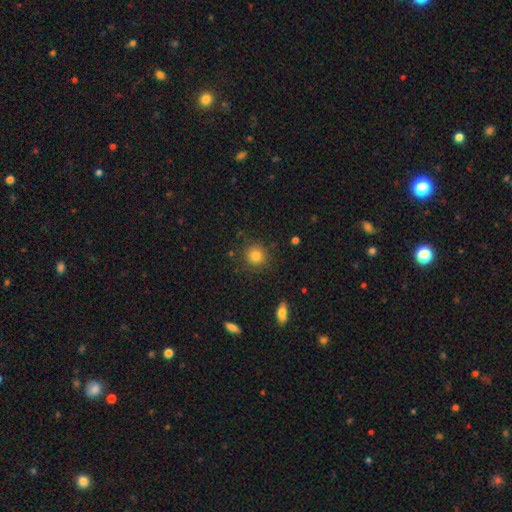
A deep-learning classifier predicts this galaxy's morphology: type=smooth (82%); roundness=round (90%); merging=none (85%).